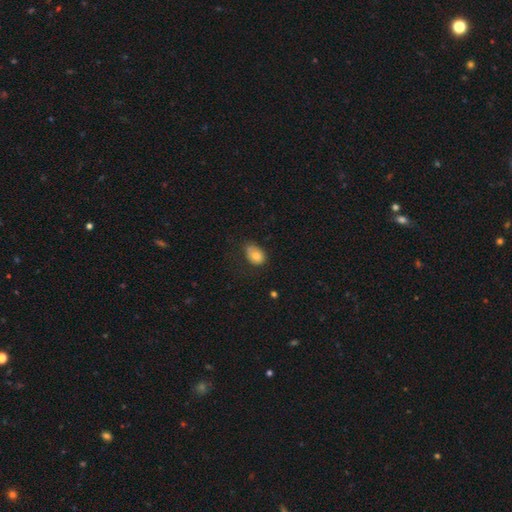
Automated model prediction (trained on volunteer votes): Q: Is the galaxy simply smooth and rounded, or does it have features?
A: smooth — 78%.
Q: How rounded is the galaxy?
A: in between — 78%.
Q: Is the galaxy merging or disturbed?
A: none — 48%.